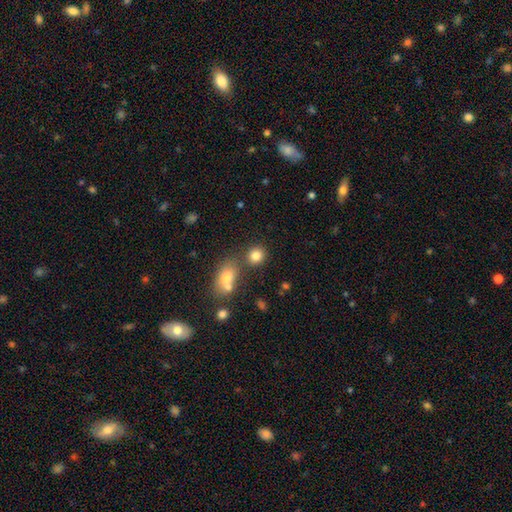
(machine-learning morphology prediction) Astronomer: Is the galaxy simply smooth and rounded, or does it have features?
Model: smooth — 82%.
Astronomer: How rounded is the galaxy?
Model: round — 79%.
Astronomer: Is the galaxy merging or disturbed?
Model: none — 71%.